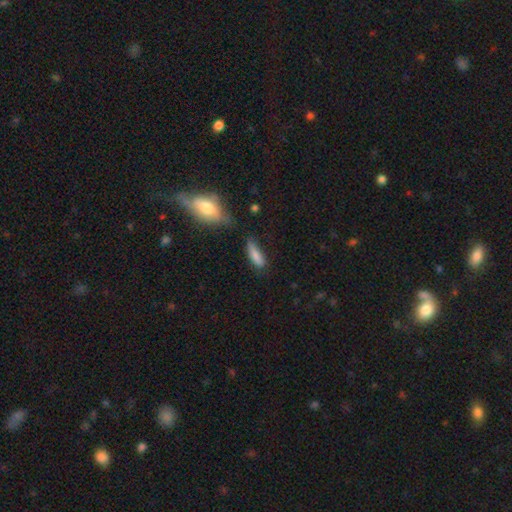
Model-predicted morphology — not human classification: Overall: smooth (80%). How rounded: cigar-shaped (56%; in between 42%). Merging: none (58%; minor disturbance 28%).